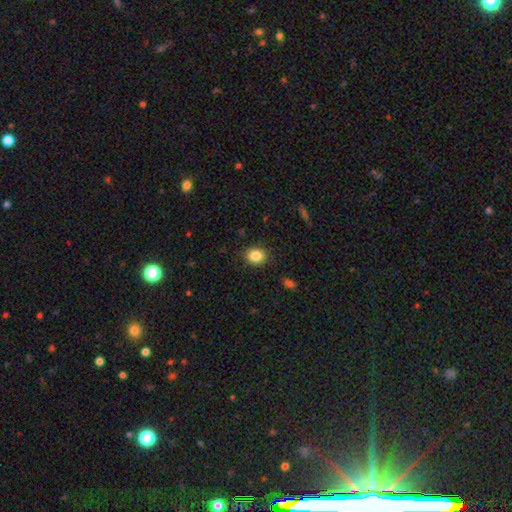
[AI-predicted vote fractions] Smooth or featured: smooth — 85% (star or artifact — 10%)
How rounded: round — 60% (in between — 39%)
Merging: none — 89% (minor disturbance — 8%)